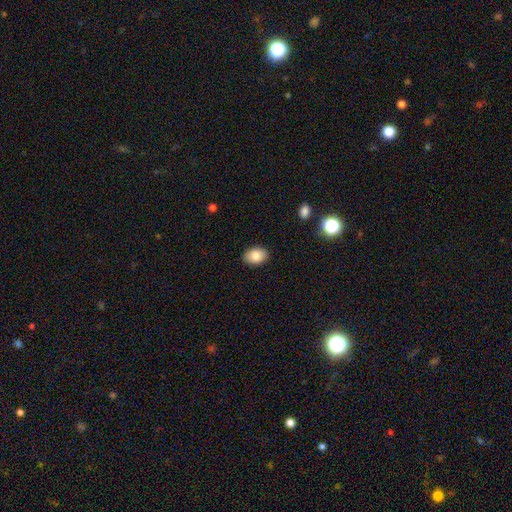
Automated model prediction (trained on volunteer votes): The model was most divided on "how rounded": in between: 83%, round: 16%, cigar-shaped: 1%. More confident: merging — none (88%); smooth or featured — smooth (85%).